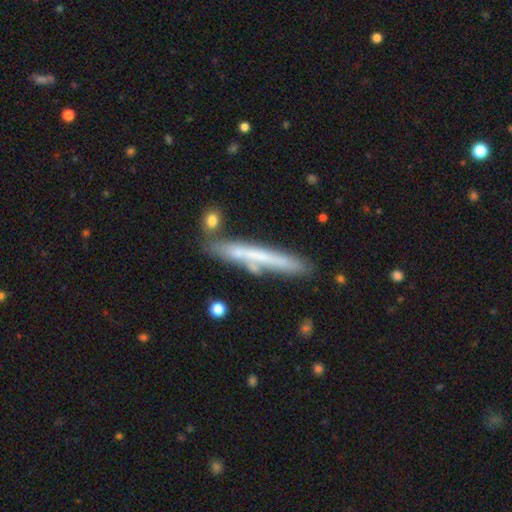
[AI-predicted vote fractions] Smooth or featured? Predicted: smooth (p=0.50). Merging? Predicted: none (p=0.72).